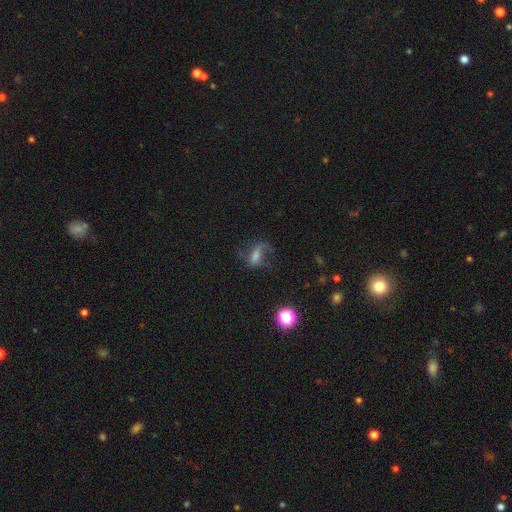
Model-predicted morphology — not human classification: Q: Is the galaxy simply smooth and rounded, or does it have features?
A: featured or disk — 51%.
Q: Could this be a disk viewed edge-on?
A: no — 92%.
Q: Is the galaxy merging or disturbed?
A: none — 46%.